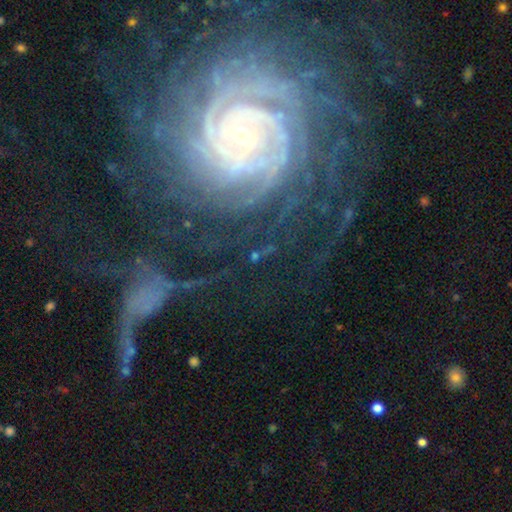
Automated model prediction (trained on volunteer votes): featured or disk 83%, star or artifact 10%, smooth 6%. Down the decision tree: edge-on disk — no (97%); bar — no (46%); spiral arms — yes (97%); spiral arm count — can't tell (25%); spiral winding — tight (76%); bulge size — small (73%); merging — none (61%).